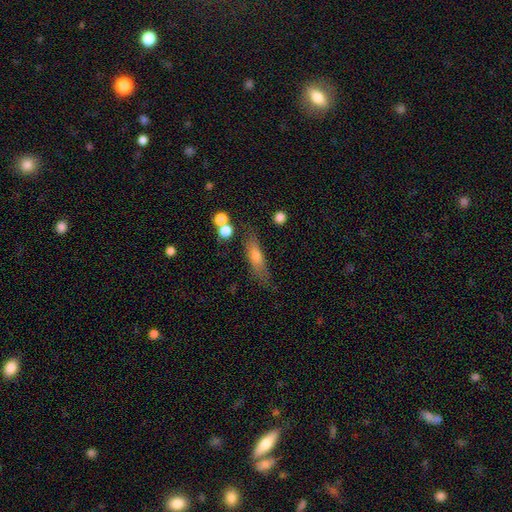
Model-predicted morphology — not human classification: Overall: smooth (61%; featured or disk 30%). How rounded: cigar-shaped (66%; in between 30%). Merging: none (68%).